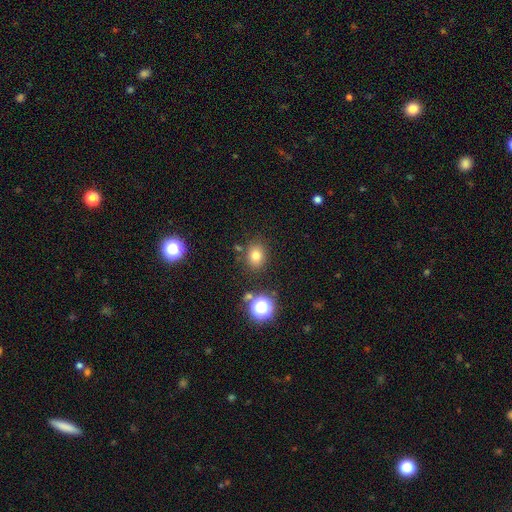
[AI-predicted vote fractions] Smooth or featured?
  - smooth: 75% *
  - star or artifact: 17%
  - featured or disk: 8%
How rounded?
  - round: 62% *
  - in between: 37%
  - cigar-shaped: 1%
Merging?
  - none: 81% *
  - minor disturbance: 10%
  - merger: 5%
  - major disturbance: 3%